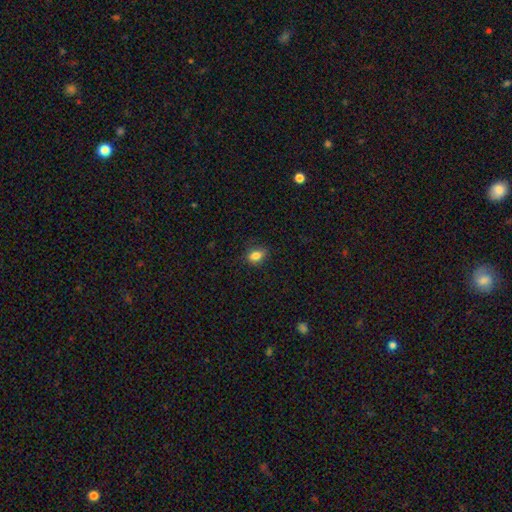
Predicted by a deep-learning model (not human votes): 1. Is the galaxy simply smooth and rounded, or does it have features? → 83% smooth, 10% star or artifact, 7% featured or disk.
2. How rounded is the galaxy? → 73% in between, 25% round, 2% cigar-shaped.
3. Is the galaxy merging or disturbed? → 79% none, 17% minor disturbance, 3% major disturbance, 1% merger.